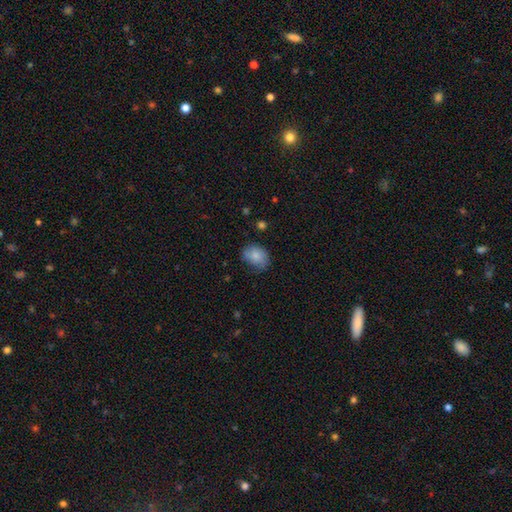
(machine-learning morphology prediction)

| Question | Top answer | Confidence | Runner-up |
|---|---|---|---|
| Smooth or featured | smooth | 82% | featured or disk (10%) |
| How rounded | in between | 71% | round (28%) |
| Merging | none | 63% | minor disturbance (28%) |